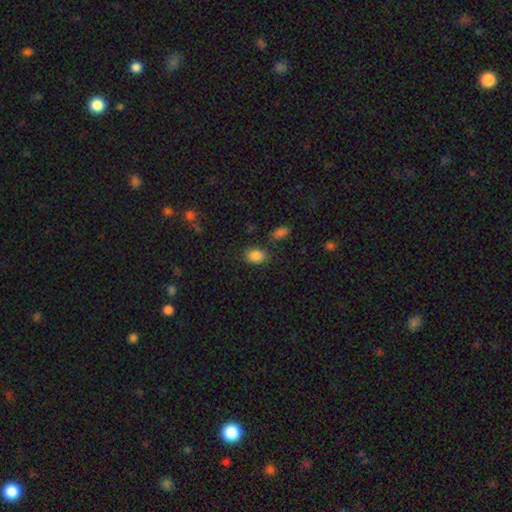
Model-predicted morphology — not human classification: smooth 86%, star or artifact 9%, featured or disk 4%. Down the decision tree: how rounded — in between (73%); merging — none (79%).